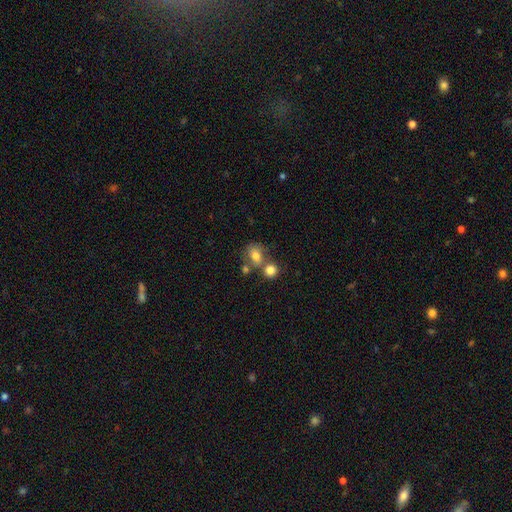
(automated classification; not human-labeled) Overall: smooth (74%). How rounded: in between (56%; round 43%). Merging: none (42%; merger 38%).